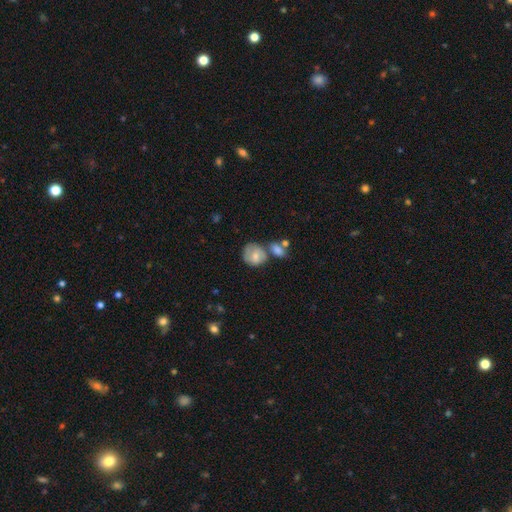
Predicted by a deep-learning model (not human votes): This is likely a smooth galaxy (64%). How rounded: likely round (71%). Merging: marginally none (41%).